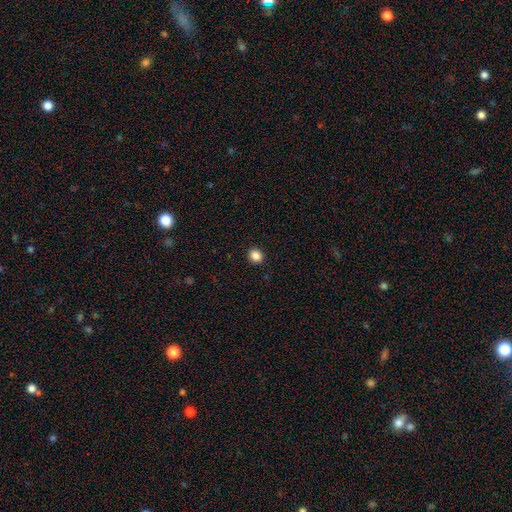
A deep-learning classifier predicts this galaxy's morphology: Smooth or featured? Predicted: smooth (p=0.86). How rounded? Predicted: round (p=0.72). Merging? Predicted: none (p=0.92).